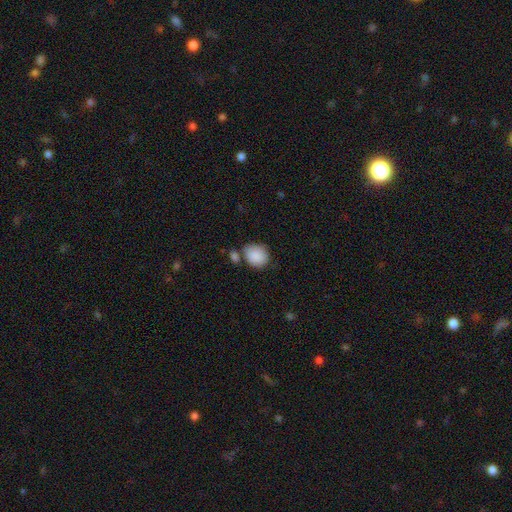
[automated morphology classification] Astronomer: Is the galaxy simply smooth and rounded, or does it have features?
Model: smooth — 89%.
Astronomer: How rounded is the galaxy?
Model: round — 61% (runner-up: in between, 38%).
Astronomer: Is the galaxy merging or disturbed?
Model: none — 62%.